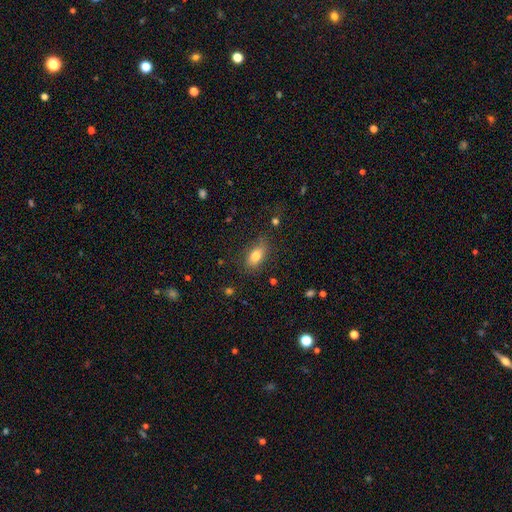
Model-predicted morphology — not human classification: smooth_or_featured: smooth (p=0.80) [alt: featured or disk p=0.11]
how_rounded: in between (p=0.87) [alt: round p=0.07]
merging: none (p=0.78) [alt: minor disturbance p=0.16]